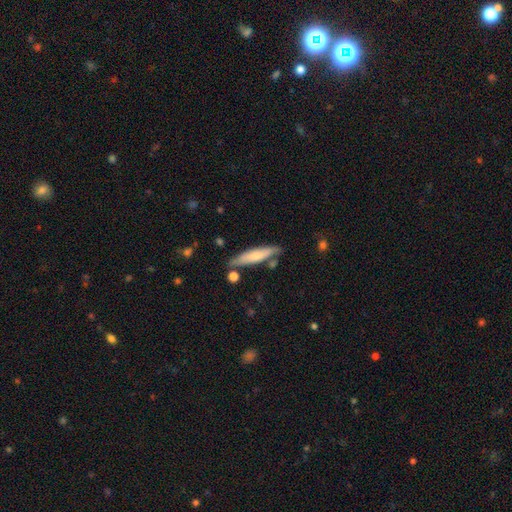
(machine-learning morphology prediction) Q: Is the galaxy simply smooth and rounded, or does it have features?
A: smooth — 61%.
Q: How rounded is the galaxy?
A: cigar-shaped — 81%.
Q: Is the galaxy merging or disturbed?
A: none — 75%.